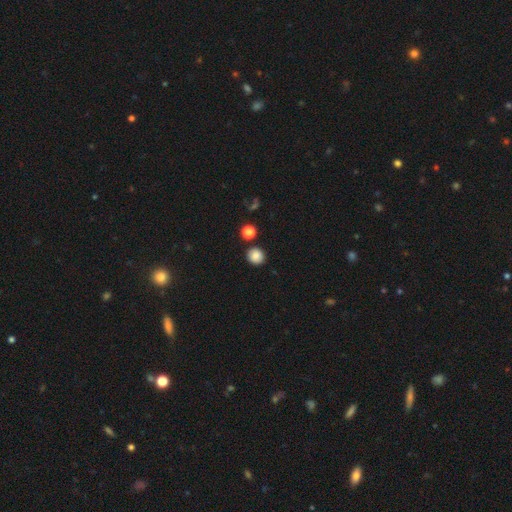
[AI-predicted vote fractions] Morphology: type=smooth (85%); roundness=round (89%); merging=none (86%).